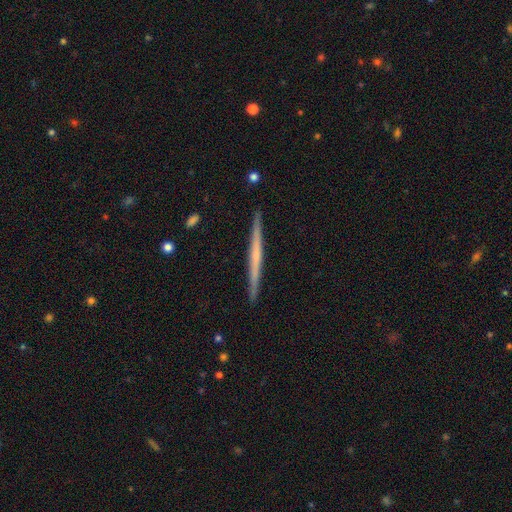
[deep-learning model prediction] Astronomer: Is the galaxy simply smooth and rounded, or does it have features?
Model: featured or disk — 60%.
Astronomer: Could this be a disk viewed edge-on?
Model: yes — 98%.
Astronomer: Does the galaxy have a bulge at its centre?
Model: none — 77%.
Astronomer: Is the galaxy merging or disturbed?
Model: none — 92%.